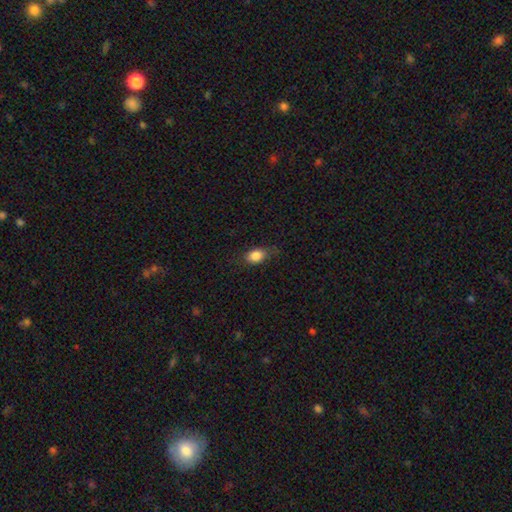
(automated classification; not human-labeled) Overall: smooth (85%). How rounded: in between (77%). Merging: none (72%).